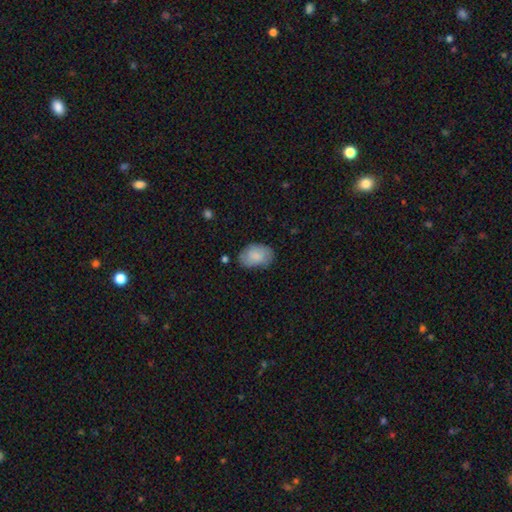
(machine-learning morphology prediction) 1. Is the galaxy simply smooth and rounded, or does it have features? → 81% smooth, 12% featured or disk, 6% star or artifact.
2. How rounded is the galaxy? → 88% in between, 11% round, 1% cigar-shaped.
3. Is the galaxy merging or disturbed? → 72% none, 21% minor disturbance, 5% major disturbance, 2% merger.